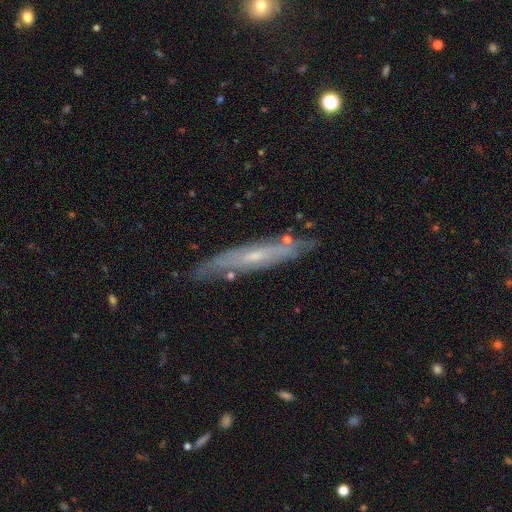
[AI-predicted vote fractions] A featured or disk galaxy (66%) viewed edge-on (69%). Merging: none (79%).